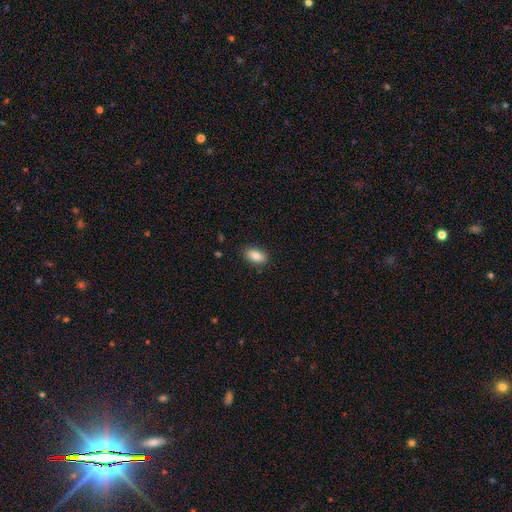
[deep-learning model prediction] A smooth galaxy with no disk features (85%) that is in between round and cigar-shaped (91%). Merging: none (86%).